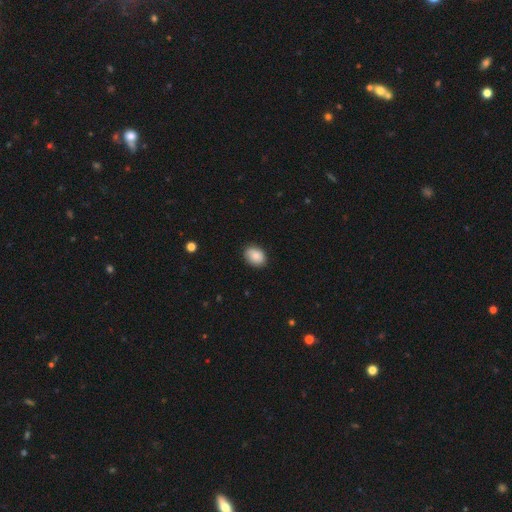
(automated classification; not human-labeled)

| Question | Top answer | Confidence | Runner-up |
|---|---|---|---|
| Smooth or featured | smooth | 83% | featured or disk (9%) |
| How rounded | in between | 67% | round (32%) |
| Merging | none | 82% | minor disturbance (15%) |